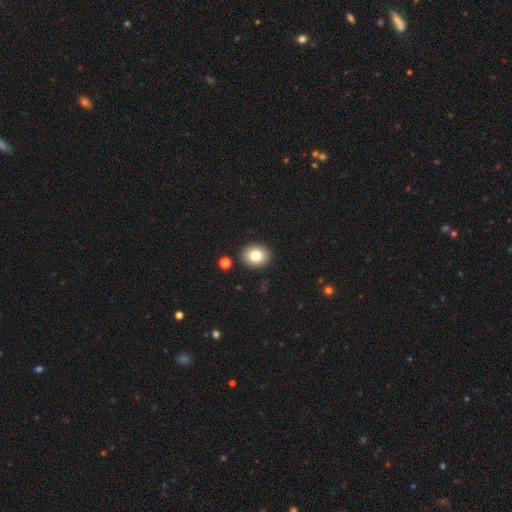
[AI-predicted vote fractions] This is clearly a smooth galaxy (80%). How rounded: likely round (70%). Merging: clearly none (89%).